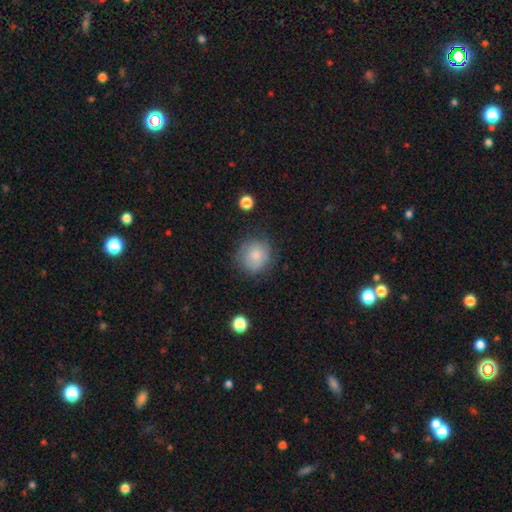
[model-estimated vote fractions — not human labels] The model was most divided on "merging": none: 70%, minor disturbance: 21%, major disturbance: 7%, merger: 2%. More confident: how rounded — round (85%); smooth or featured — smooth (75%).